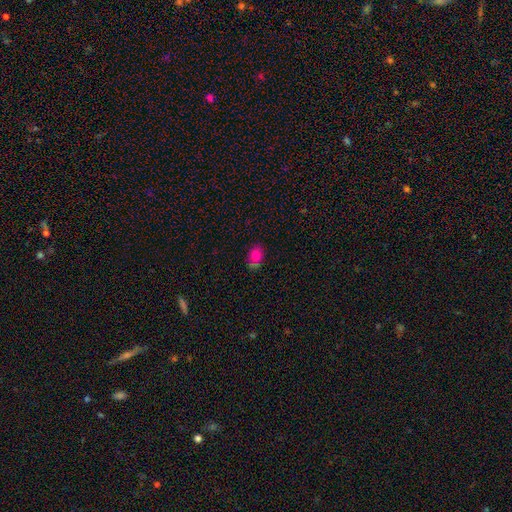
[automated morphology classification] A smooth galaxy with no disk features (75%) that is in between round and cigar-shaped (74%).

Vote fractions:
- Smooth or featured? smooth: 75% / featured or disk: 14% / star or artifact: 11%
- How rounded? in between: 74% / round: 24% / cigar-shaped: 1%
- Merging? none: 57% / minor disturbance: 22% / merger: 14% / major disturbance: 7%